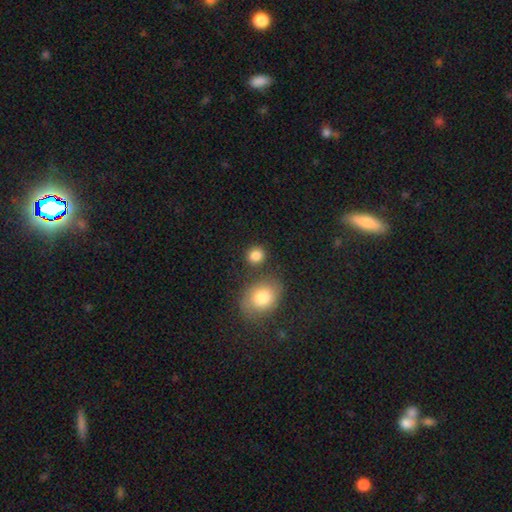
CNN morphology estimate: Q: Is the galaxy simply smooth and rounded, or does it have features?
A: smooth — 85%.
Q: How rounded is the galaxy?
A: round — 80%.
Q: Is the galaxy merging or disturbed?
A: none — 77%.